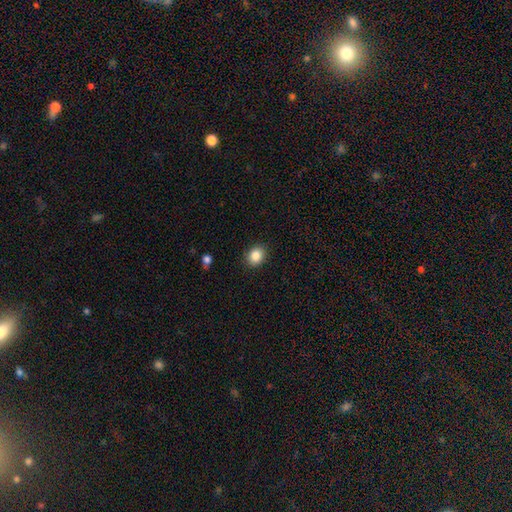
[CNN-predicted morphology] Q: Smooth or featured?
A: smooth (86%); runner-up: star or artifact (9%)
Q: How rounded?
A: round (53%); runner-up: in between (46%)
Q: Merging?
A: none (88%); runner-up: minor disturbance (8%)